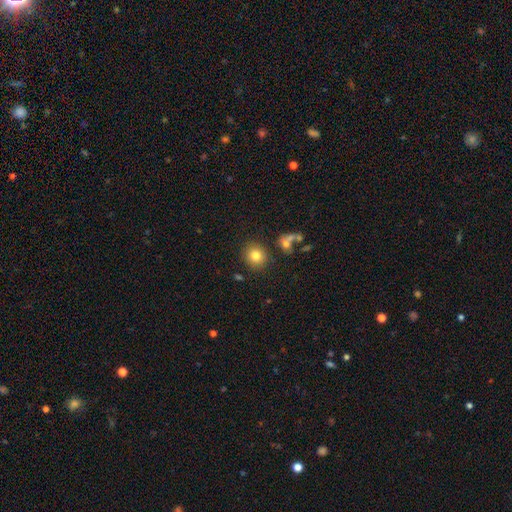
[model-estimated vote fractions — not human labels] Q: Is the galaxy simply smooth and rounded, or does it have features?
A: smooth — 79%.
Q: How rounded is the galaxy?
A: round — 86%.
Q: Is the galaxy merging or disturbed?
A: none — 83%.